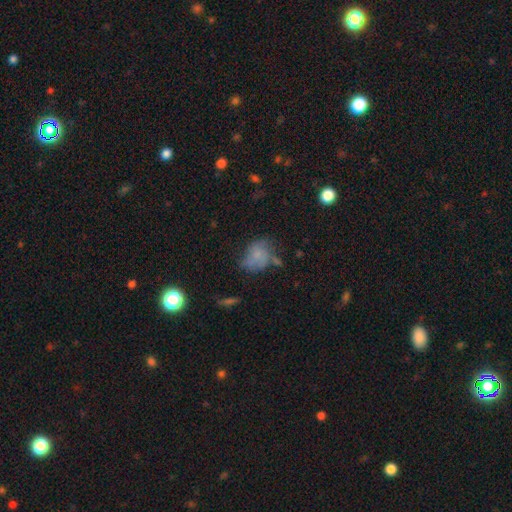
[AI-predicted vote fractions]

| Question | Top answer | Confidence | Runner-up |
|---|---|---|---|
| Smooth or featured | smooth | 56% | featured or disk (30%) |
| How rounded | in between | 58% | round (41%) |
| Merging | none | 40% | minor disturbance (30%) |